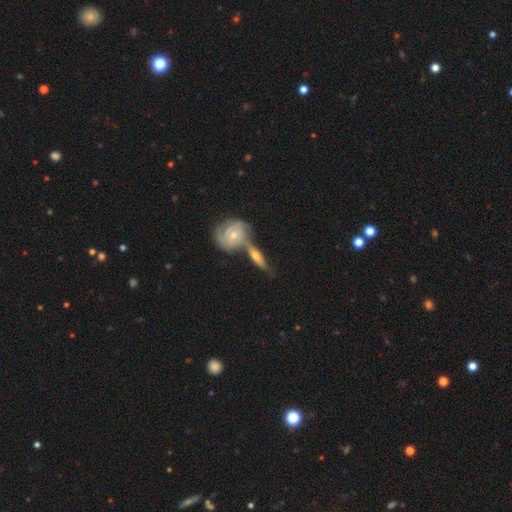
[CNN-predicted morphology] A featured or disk galaxy (72%) viewed edge-on (56%). Merging: none (41%).